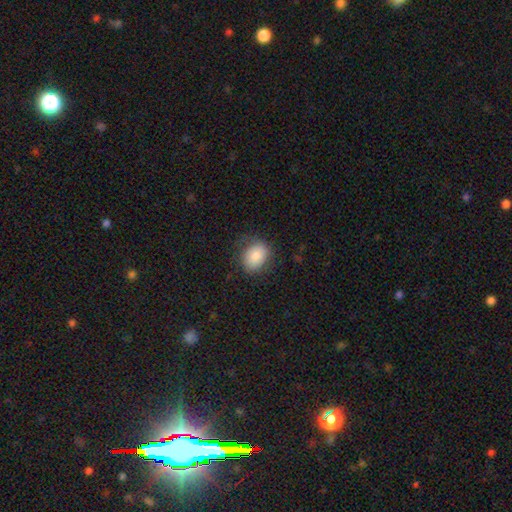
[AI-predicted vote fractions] Q: Smooth or featured?
A: smooth (82%); runner-up: featured or disk (11%)
Q: How rounded?
A: in between (58%); runner-up: round (41%)
Q: Merging?
A: none (71%); runner-up: minor disturbance (20%)